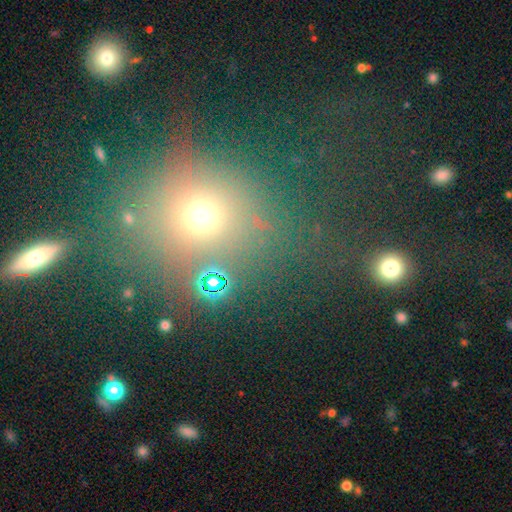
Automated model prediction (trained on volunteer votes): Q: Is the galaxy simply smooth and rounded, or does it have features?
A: smooth — 60%.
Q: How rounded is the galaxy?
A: round — 82%.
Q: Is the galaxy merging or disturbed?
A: none — 65%.